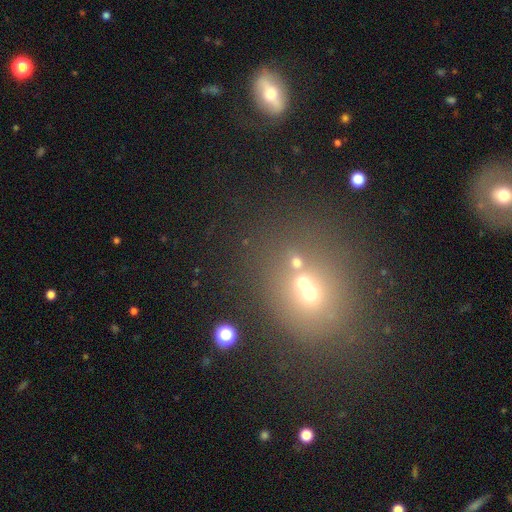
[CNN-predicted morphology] The model was most divided on "smooth or featured": smooth: 45%, star or artifact: 37%, featured or disk: 18%. More confident: merging — none (55%).